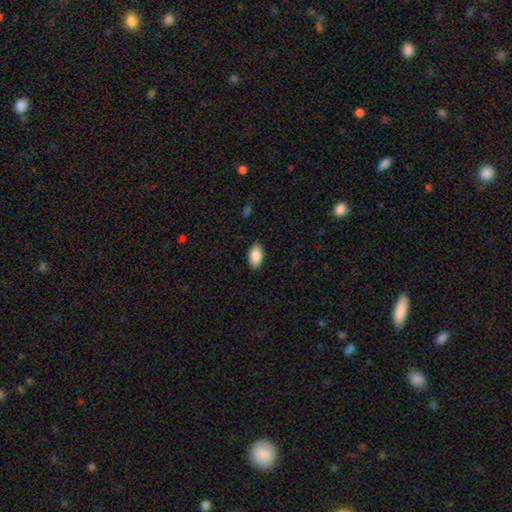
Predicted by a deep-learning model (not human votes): This appears to be a smooth galaxy with no disk features (89%) that is in between round and cigar-shaped (95%). Merging: none (88%).